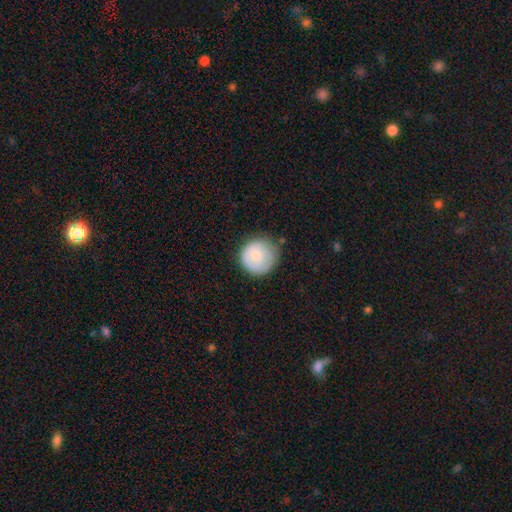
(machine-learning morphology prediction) The model was most divided on "merging": none: 73%, minor disturbance: 20%, major disturbance: 5%, merger: 2%. More confident: how rounded — round (93%); smooth or featured — smooth (74%).